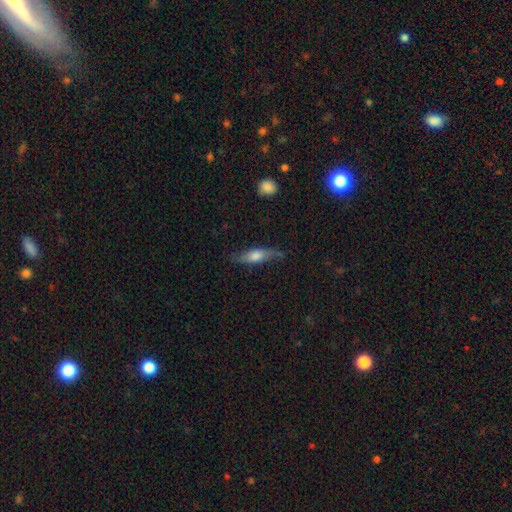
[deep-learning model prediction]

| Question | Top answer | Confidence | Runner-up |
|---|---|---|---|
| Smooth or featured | smooth | 55% | featured or disk (38%) |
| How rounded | cigar-shaped | 51% | in between (45%) |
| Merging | none | 64% | minor disturbance (26%) |